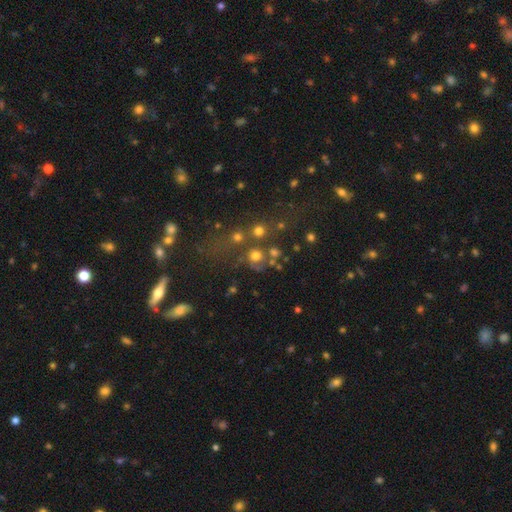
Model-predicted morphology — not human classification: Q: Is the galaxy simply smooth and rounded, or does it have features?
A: smooth — 65%.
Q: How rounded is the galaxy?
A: round — 87%.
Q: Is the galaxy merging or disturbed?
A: none — 55%.